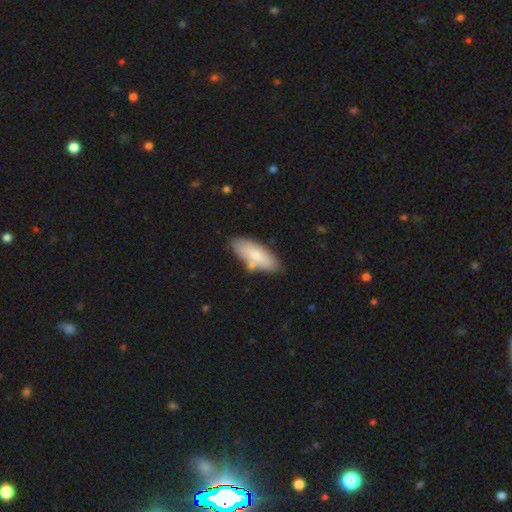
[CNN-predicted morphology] This is likely a smooth galaxy (76%). How rounded: likely in between (71%). Merging: likely none (75%).